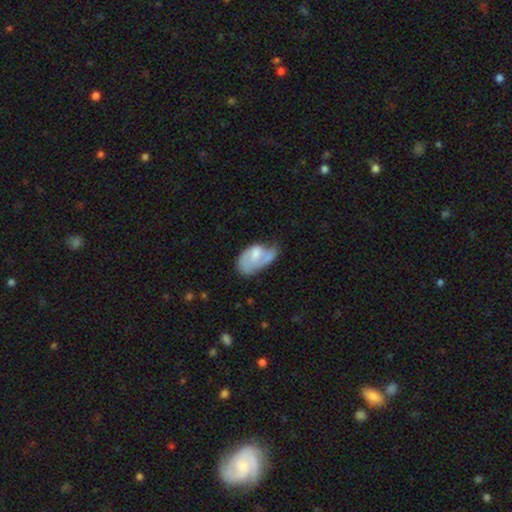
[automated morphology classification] Smooth or featured? featured or disk (49%)
Merging? minor disturbance (33%)